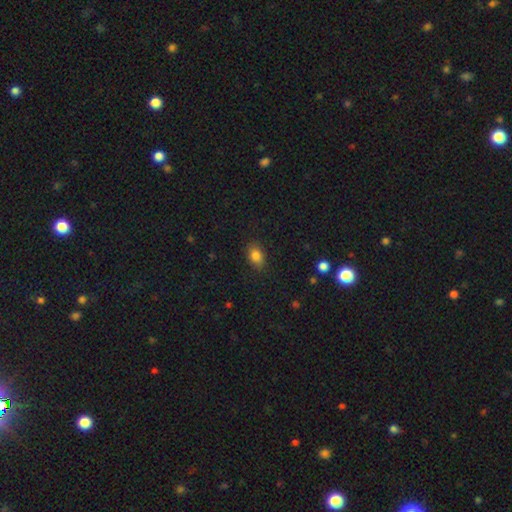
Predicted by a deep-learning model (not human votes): Smooth or featured?
  - smooth: 83% *
  - star or artifact: 10%
  - featured or disk: 6%
How rounded?
  - in between: 76% *
  - round: 22%
  - cigar-shaped: 2%
Merging?
  - none: 85% *
  - minor disturbance: 11%
  - major disturbance: 3%
  - merger: 1%